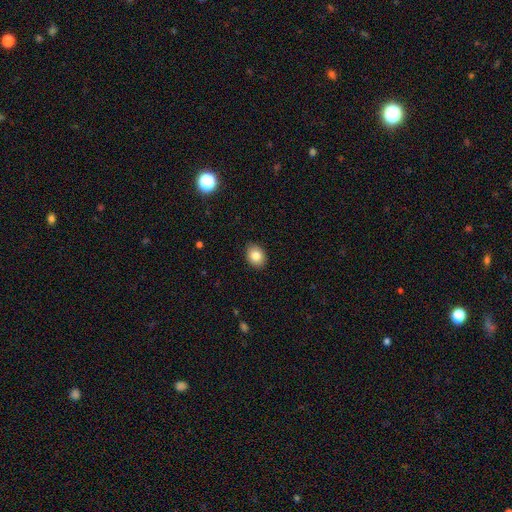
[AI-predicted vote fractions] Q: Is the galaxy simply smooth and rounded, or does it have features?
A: smooth — 82%.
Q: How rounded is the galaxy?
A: in between — 63%.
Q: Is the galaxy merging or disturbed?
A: none — 88%.